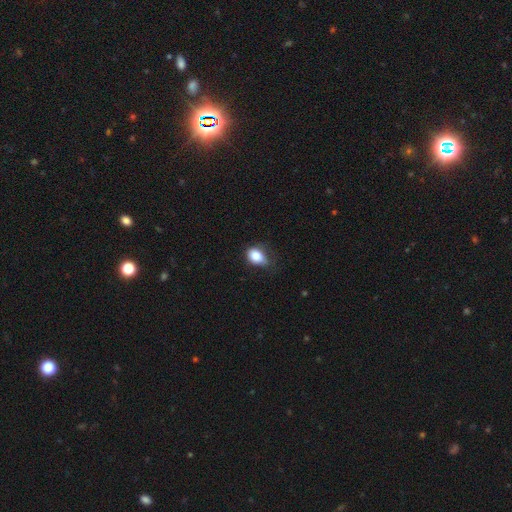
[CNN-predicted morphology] type=smooth (82%); roundness=in between (74%); merging=none (50%).